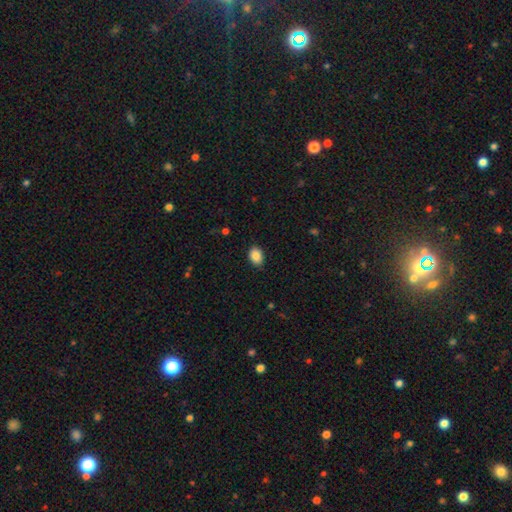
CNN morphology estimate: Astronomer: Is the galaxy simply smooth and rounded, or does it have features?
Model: smooth — 88%.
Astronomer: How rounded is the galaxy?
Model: in between — 79%.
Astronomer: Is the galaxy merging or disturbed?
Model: none — 86%.